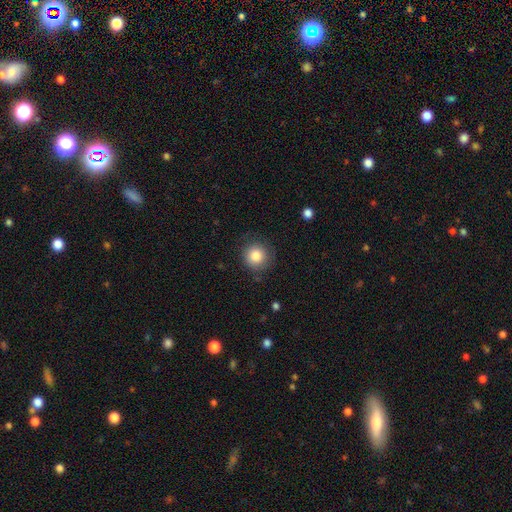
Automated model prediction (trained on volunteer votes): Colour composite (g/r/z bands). It shows a smooth galaxy with no disk features (83%) that is round (93%). Merging: none (84%).